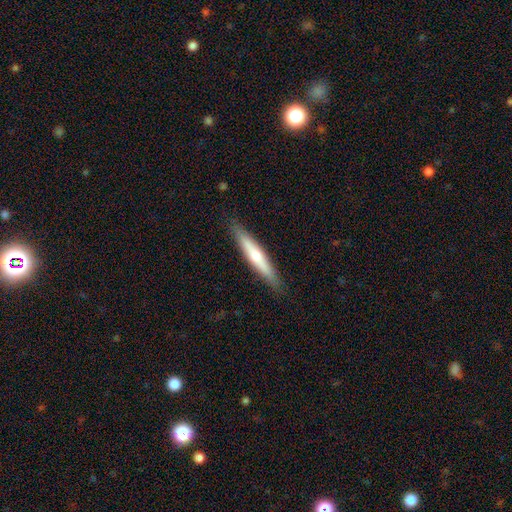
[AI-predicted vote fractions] Smooth or featured: smooth — 49% (featured or disk — 46%)
Merging: none — 90% (minor disturbance — 8%)